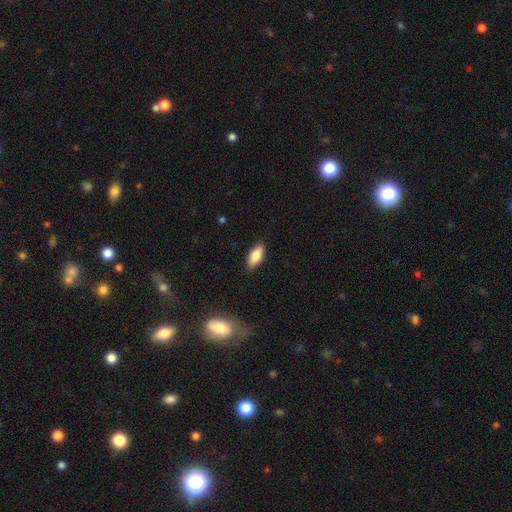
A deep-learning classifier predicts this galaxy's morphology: Smooth or featured? smooth (79%)
How rounded? in between (85%)
Merging? none (86%)